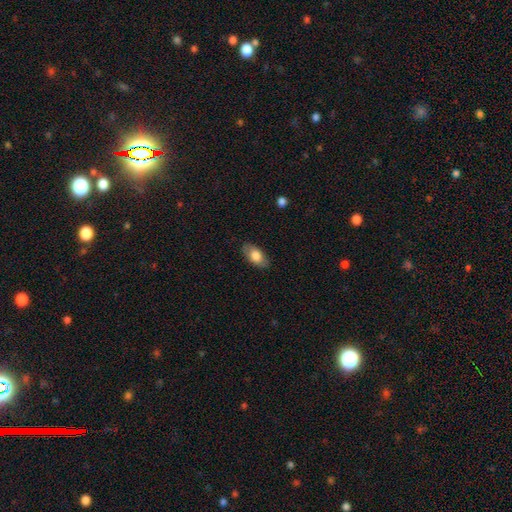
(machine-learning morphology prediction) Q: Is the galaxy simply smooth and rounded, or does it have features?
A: smooth — 77%.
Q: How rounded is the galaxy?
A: in between — 92%.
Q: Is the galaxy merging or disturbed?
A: none — 84%.